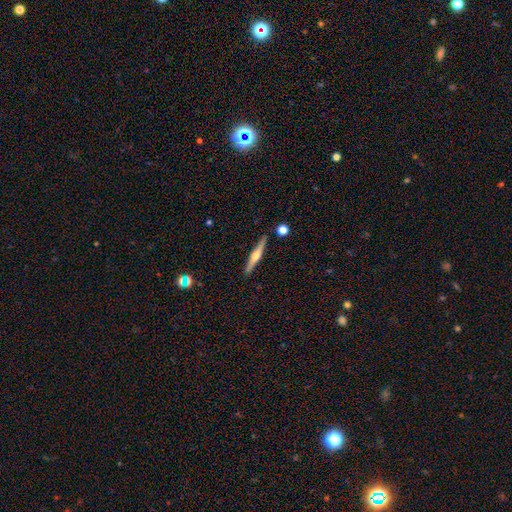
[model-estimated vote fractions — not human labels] The model was most divided on "smooth or featured": featured or disk: 67%, smooth: 27%, star or artifact: 6%. More confident: edge-on disk — yes (98%); edge-on bulge — rounded (89%); merging — none (89%).